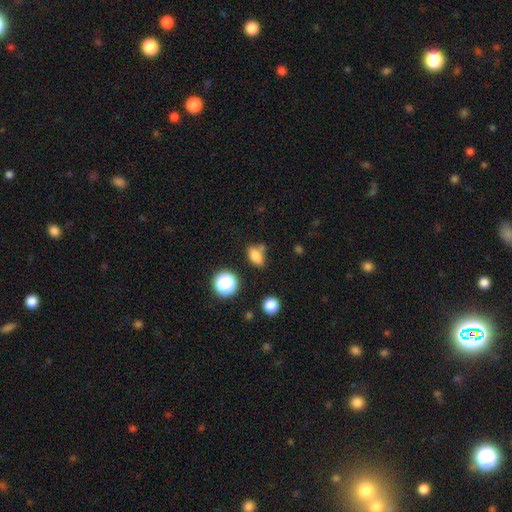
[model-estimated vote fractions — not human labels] This appears to be a smooth galaxy with no disk features (79%) that is in between round and cigar-shaped (77%). Merging: none (60%).